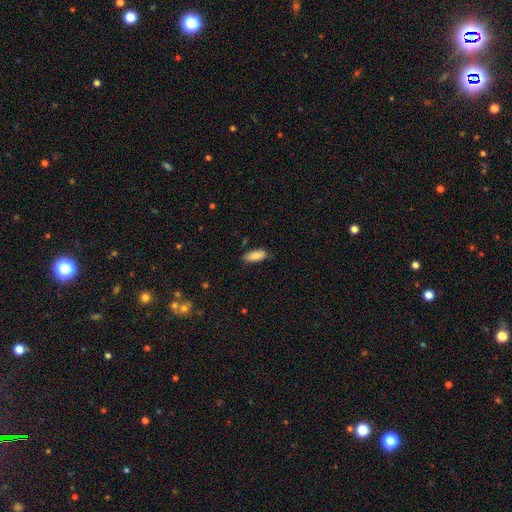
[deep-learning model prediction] Smooth or featured: smooth — 85% (featured or disk — 8%)
How rounded: in between — 82% (cigar-shaped — 16%)
Merging: none — 83% (minor disturbance — 13%)